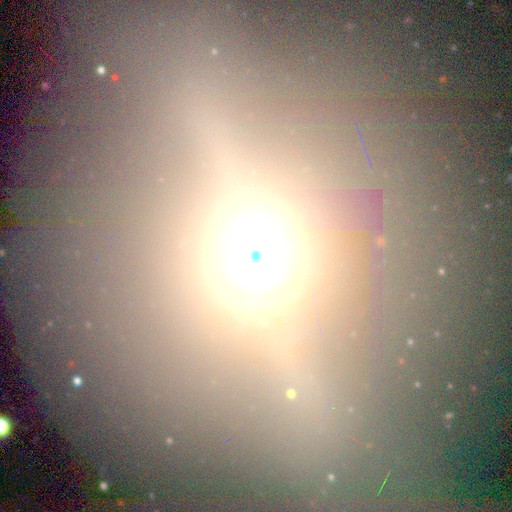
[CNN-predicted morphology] Q: Smooth or featured?
A: smooth (45%); runner-up: featured or disk (28%)
Q: Merging?
A: none (78%); runner-up: minor disturbance (10%)